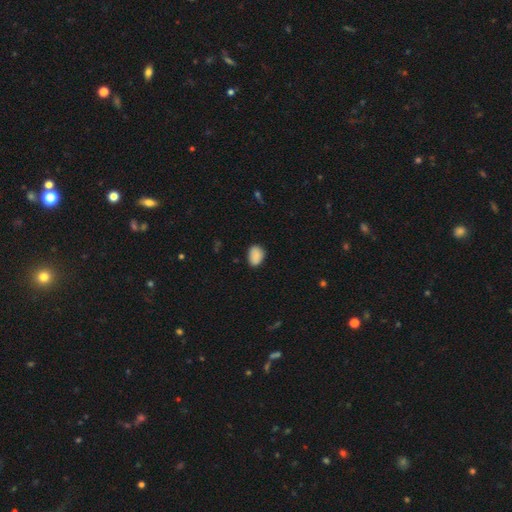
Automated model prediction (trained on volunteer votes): Smooth or featured? Predicted: smooth (p=0.88). How rounded? Predicted: in between (p=0.77). Merging? Predicted: none (p=0.76).